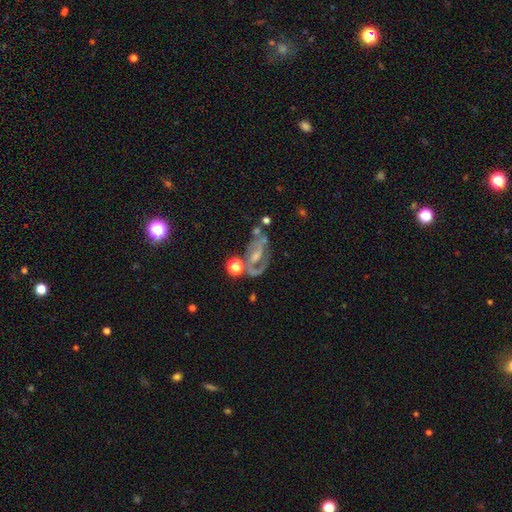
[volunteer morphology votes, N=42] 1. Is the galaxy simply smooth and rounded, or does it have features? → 86% featured or disk, 7% smooth, 7% star or artifact.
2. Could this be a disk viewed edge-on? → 92% no, 8% yes.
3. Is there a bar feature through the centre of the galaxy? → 45% strong, 30% weak, 24% no.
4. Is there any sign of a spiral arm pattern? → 94% yes, 6% no.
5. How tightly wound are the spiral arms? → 55% medium, 35% tight, 10% loose.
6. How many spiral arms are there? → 71% 2, 19% 1, 10% can't tell, 0% 3, 0% 4, 0% more than 4.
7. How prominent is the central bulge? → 36% small, 33% moderate, 18% none, 12% large, 0% dominant.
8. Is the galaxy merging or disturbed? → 46% none, 26% minor disturbance, 21% major disturbance, 8% merger.